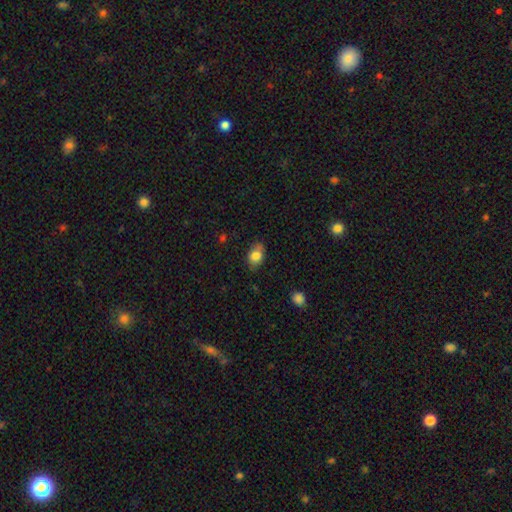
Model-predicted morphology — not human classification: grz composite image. It shows a smooth galaxy with no disk features (81%) that is in between round and cigar-shaped (82%). Merging: none (76%).